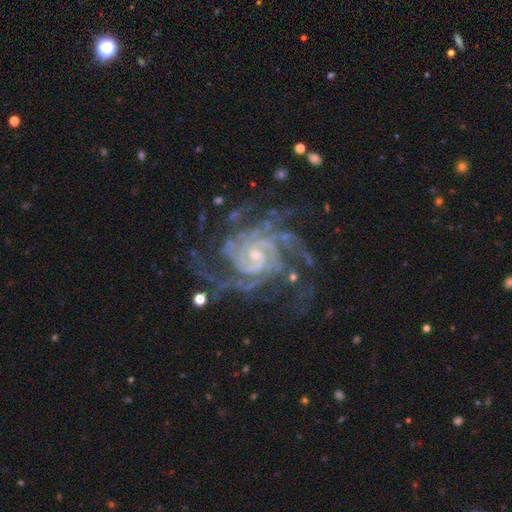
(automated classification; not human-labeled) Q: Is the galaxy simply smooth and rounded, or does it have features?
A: featured or disk — 92%.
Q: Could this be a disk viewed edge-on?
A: no — 98%.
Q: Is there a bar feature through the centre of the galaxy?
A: no — 61%.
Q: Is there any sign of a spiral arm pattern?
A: yes — 99%.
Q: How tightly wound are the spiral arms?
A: tight — 65%.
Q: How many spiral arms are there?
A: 4 — 27%.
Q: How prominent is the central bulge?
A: small — 69%.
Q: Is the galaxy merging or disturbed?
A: none — 62%.